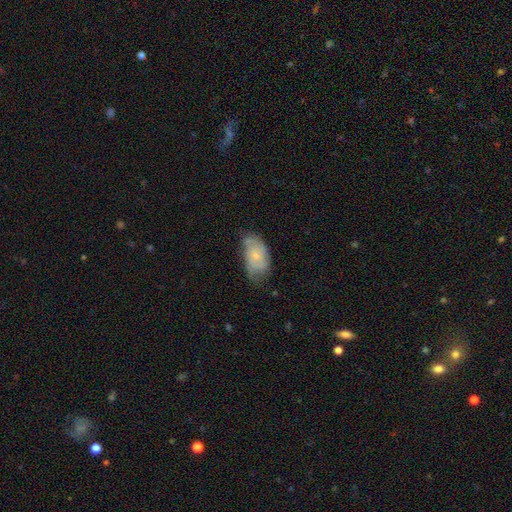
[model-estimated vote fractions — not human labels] featured or disk 49%, smooth 44%, star or artifact 7%. Down the decision tree: merging — none (49%).